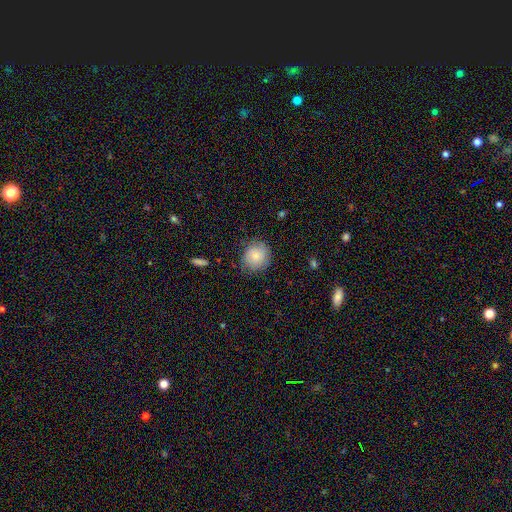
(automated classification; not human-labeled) The model was most divided on "merging": none: 77%, minor disturbance: 17%, major disturbance: 4%, merger: 1%. More confident: how rounded — round (85%); smooth or featured — smooth (78%).